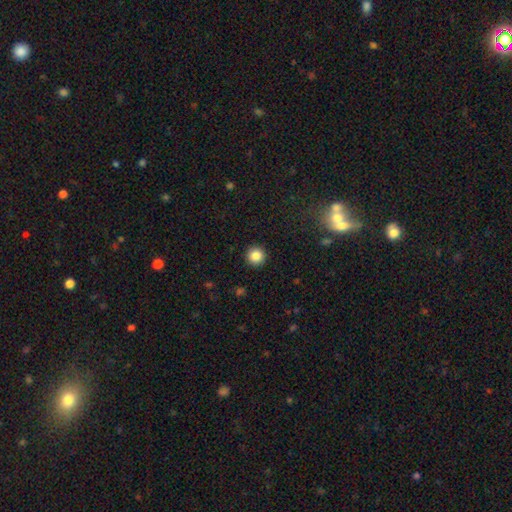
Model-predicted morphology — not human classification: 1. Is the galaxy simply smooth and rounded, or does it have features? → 86% smooth, 10% star or artifact, 4% featured or disk.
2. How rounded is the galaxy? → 96% round, 4% in between, 1% cigar-shaped.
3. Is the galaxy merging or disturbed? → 93% none, 4% minor disturbance, 2% major disturbance, 1% merger.